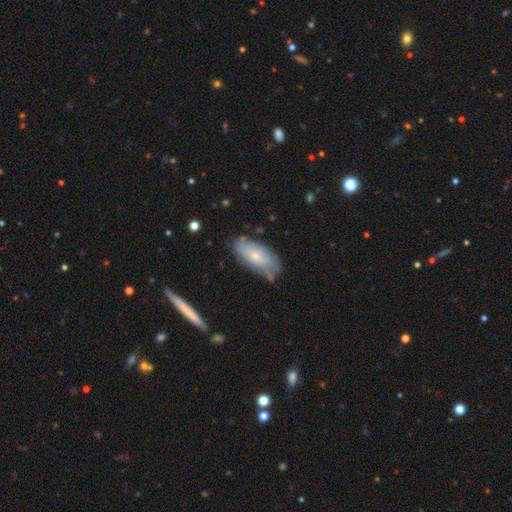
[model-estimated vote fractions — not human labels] smooth_or_featured: smooth (p=0.63) [alt: featured or disk p=0.31]
how_rounded: in between (p=0.89) [alt: cigar-shaped p=0.08]
merging: none (p=0.67) [alt: minor disturbance p=0.24]